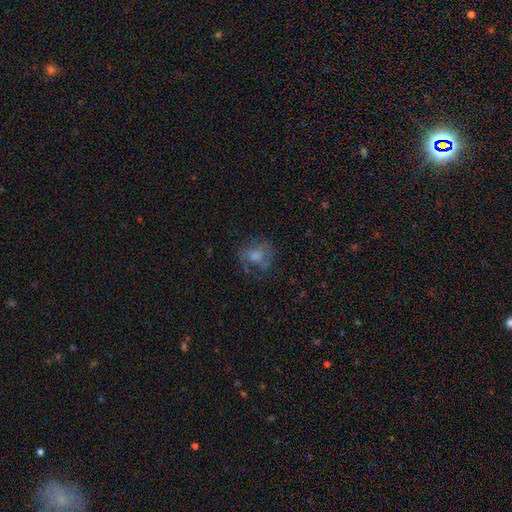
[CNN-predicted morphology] This is possibly a smooth galaxy (47%). Merging: possibly none (59%).